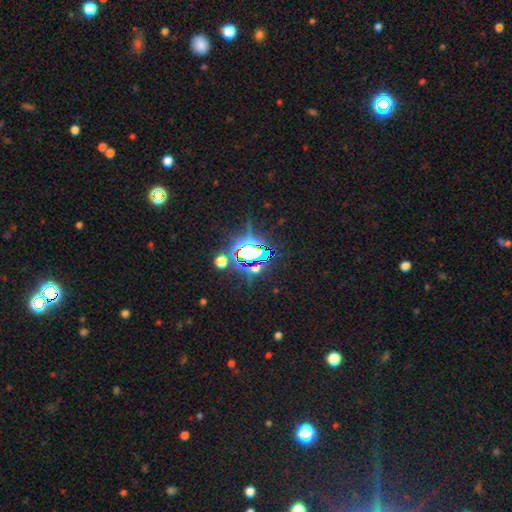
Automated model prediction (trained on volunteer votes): Overall: star or artifact (76%).